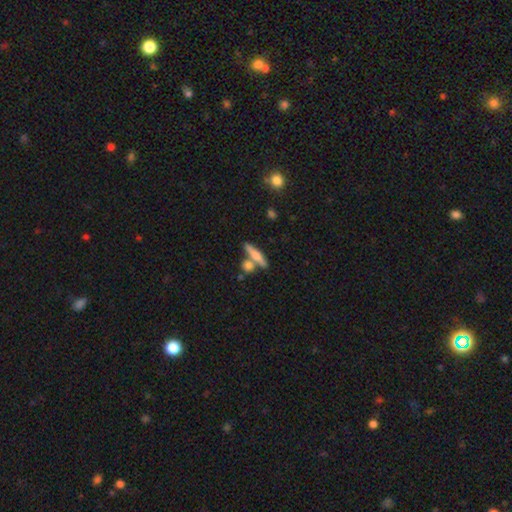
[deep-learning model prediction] A smooth galaxy with no disk features (54%) that is cigar-shaped (73%).

Vote fractions:
- Smooth or featured? smooth: 54% / featured or disk: 38% / star or artifact: 8%
- How rounded? cigar-shaped: 73% / in between: 19% / round: 8%
- Merging? none: 65% / merger: 22% / minor disturbance: 10% / major disturbance: 3%